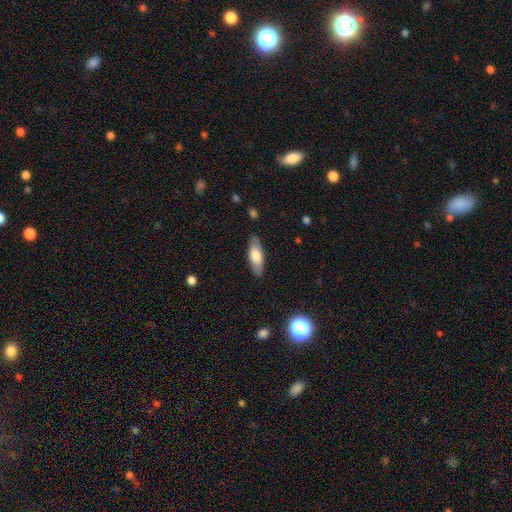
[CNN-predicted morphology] This appears to be a smooth galaxy with no disk features (67%) that is in between round and cigar-shaped (66%). Merging: none (85%).